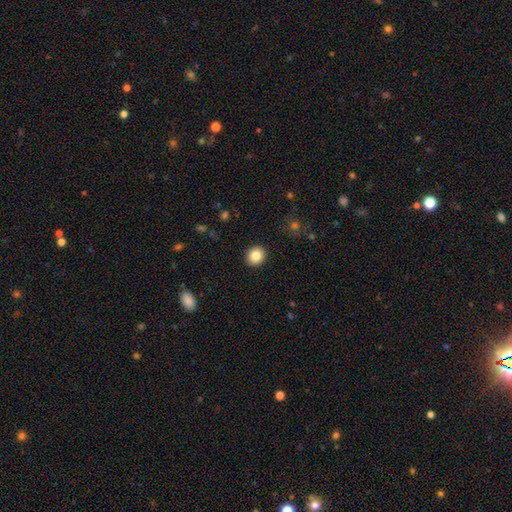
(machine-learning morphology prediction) smooth 85%, star or artifact 9%, featured or disk 6%. Down the decision tree: how rounded — round (73%); merging — none (92%).